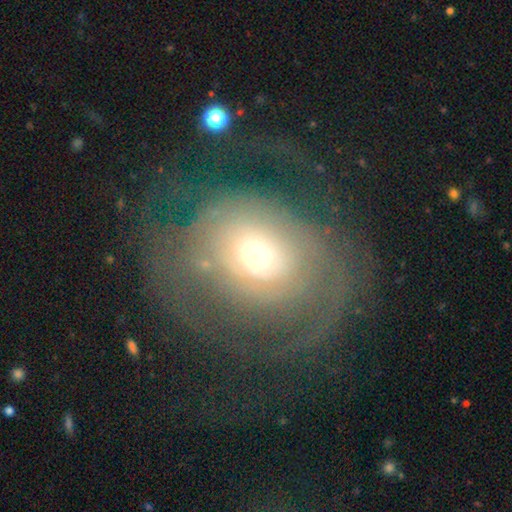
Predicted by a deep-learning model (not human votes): This appears to be a featured or disk galaxy (62%) with no bar (83%), spiral arms (62%) and a moderate central bulge (57%). Merging: none (42%).